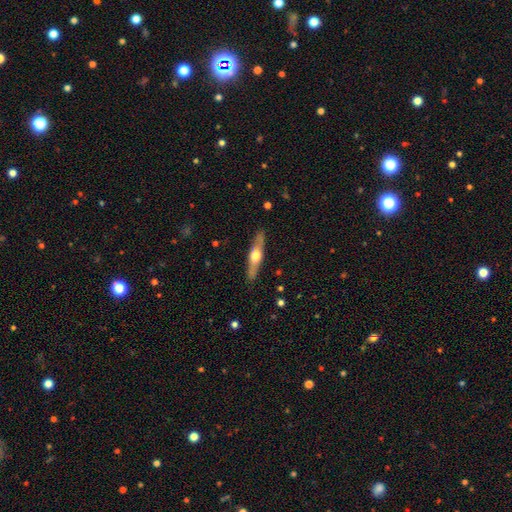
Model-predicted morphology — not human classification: type=featured or disk (57%); edge-on=yes (92%); edge-on bulge=rounded (93%); merging=none (88%).